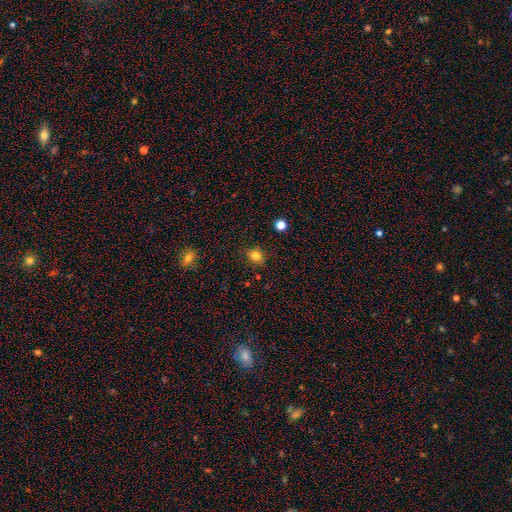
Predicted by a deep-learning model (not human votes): This appears to be a smooth galaxy with no disk features (81%) that is round (68%). Merging: none (86%).